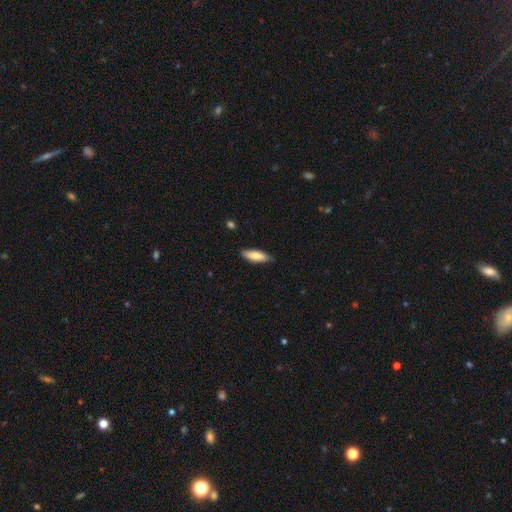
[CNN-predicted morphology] Smooth or featured: smooth — 79% (featured or disk — 16%)
How rounded: in between — 55% (cigar-shaped — 44%)
Merging: none — 83% (minor disturbance — 14%)